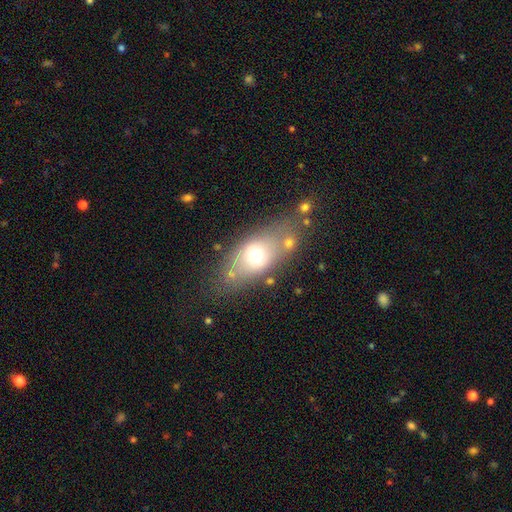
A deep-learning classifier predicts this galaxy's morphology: type=smooth (60%); roundness=in between (77%); merging=none (65%).